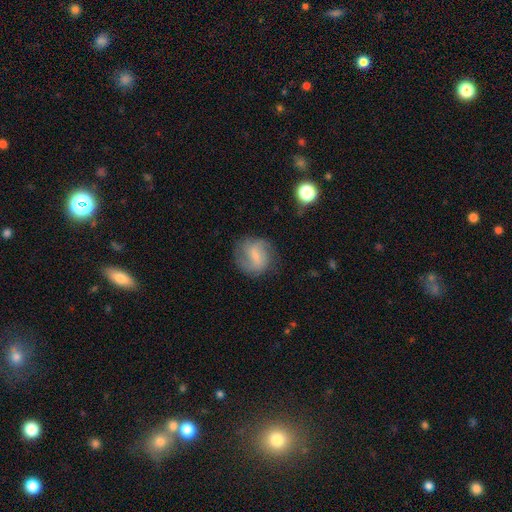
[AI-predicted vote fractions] smooth_or_featured: featured or disk (p=0.51) [alt: smooth p=0.41]
disk_edge_on: no (p=0.97) [alt: yes p=0.03]
merging: none (p=0.70) [alt: minor disturbance p=0.19]